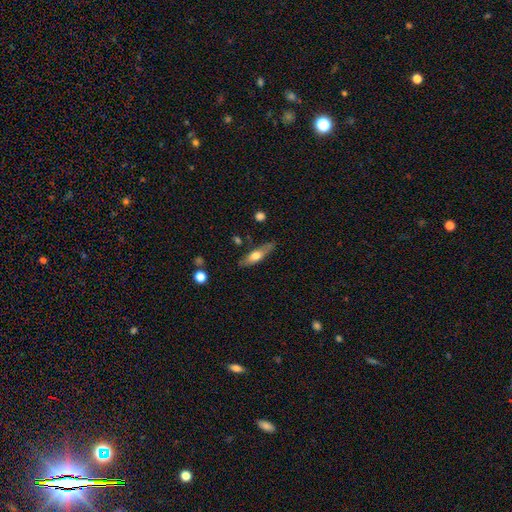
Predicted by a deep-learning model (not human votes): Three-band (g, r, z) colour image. It shows a smooth galaxy with no disk features (54%) that is cigar-shaped (61%). Merging: none (76%).